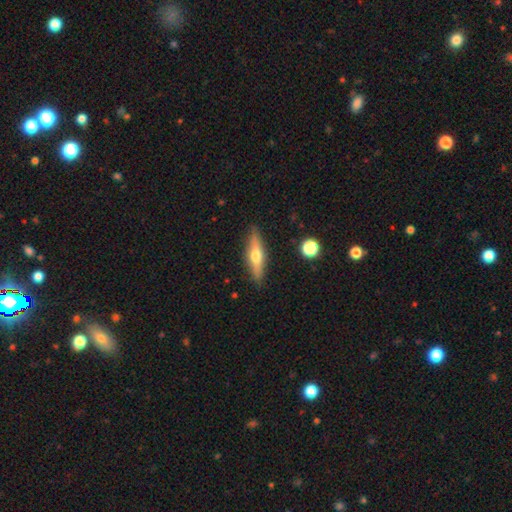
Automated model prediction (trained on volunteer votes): Overall: featured or disk (50%; smooth 43%). Edge-on disk: yes (91%). Merging: none (87%).